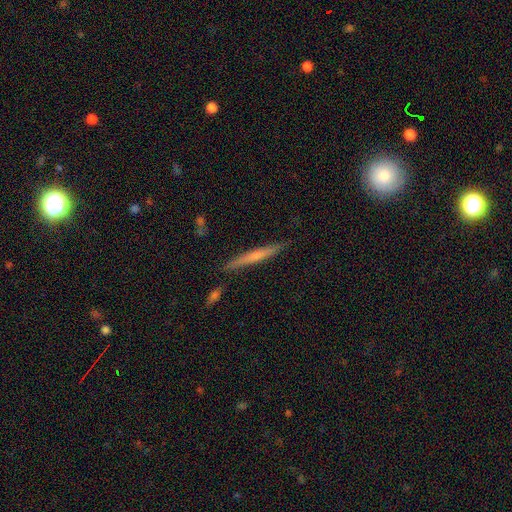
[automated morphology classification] Smooth or featured? featured or disk (52%)
Edge-on disk? yes (96%)
Merging? none (86%)